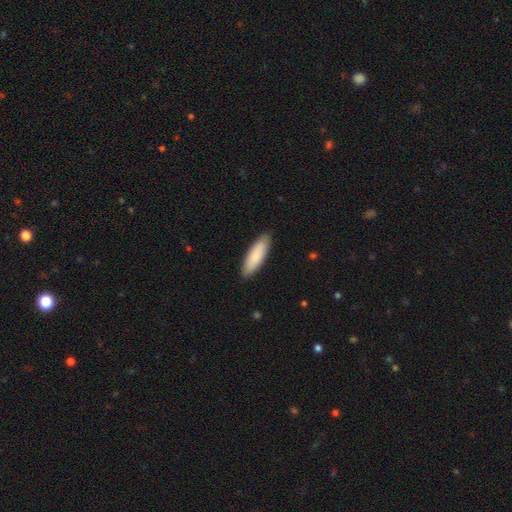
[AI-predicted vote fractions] Smooth or featured? smooth (87%)
How rounded? cigar-shaped (50%)
Merging? none (89%)